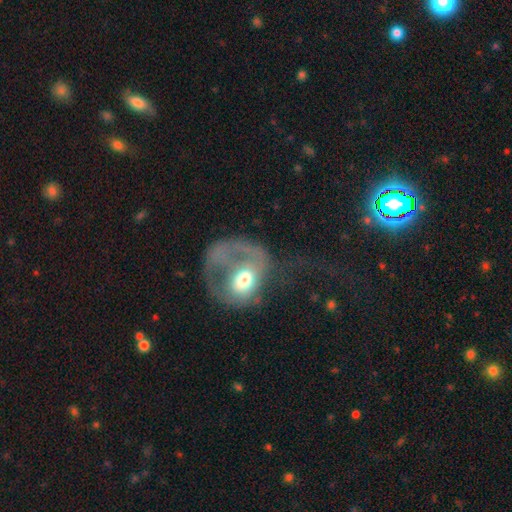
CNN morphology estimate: smooth_or_featured: featured or disk (p=0.54) [alt: smooth p=0.37]
disk_edge_on: no (p=0.97) [alt: yes p=0.03]
bar: no (p=0.76) [alt: weak p=0.19]
has_spiral_arms: no (p=0.59) [alt: yes p=0.41]
bulge_size: moderate (p=0.64) [alt: large p=0.21]
merging: major disturbance (p=0.65) [alt: none p=0.17]